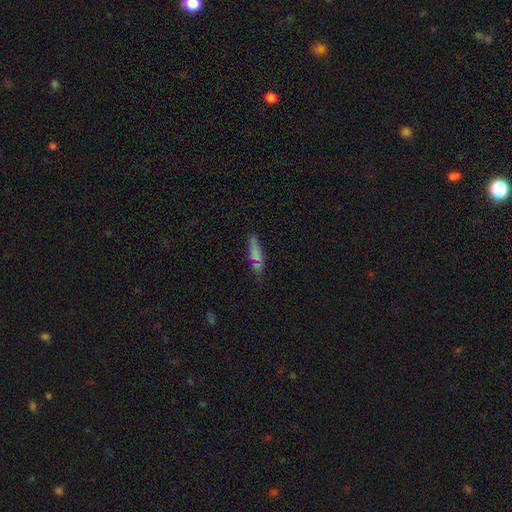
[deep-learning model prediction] A smooth galaxy with no disk features (69%) that is cigar-shaped (59%). Merging: none (66%).